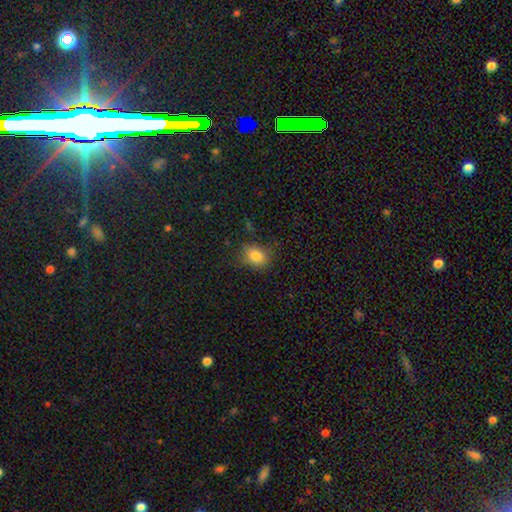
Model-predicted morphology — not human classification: Q: Smooth or featured?
A: smooth (83%); runner-up: star or artifact (10%)
Q: How rounded?
A: in between (58%); runner-up: round (41%)
Q: Merging?
A: none (76%); runner-up: minor disturbance (17%)